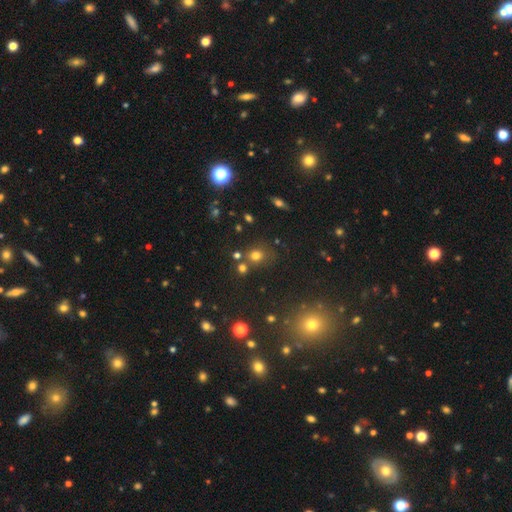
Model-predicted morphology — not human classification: A smooth galaxy with no disk features (69%) that is round (69%).

Vote fractions:
- Smooth or featured? smooth: 69% / star or artifact: 21% / featured or disk: 9%
- How rounded? round: 69% / in between: 30% / cigar-shaped: 1%
- Merging? none: 67% / merger: 17% / minor disturbance: 12% / major disturbance: 5%